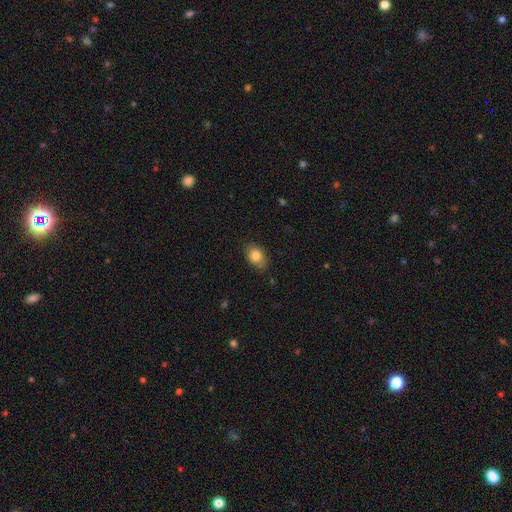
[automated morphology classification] smooth_or_featured: smooth (p=0.84) [alt: star or artifact p=0.09]
how_rounded: in between (p=0.72) [alt: round p=0.26]
merging: none (p=0.78) [alt: minor disturbance p=0.18]